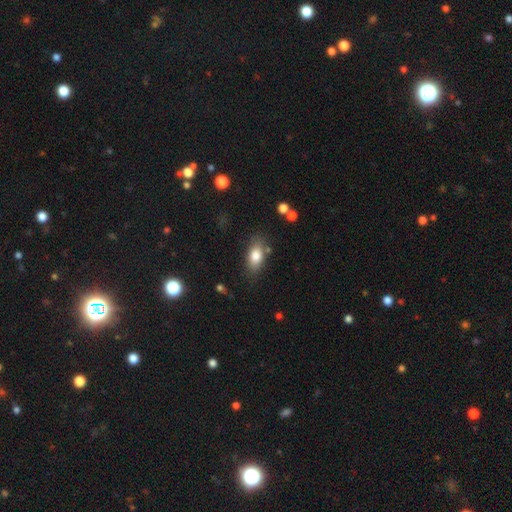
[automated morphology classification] smooth_or_featured: smooth (p=0.80) [alt: featured or disk p=0.13]
how_rounded: in between (p=0.88) [alt: round p=0.06]
merging: none (p=0.76) [alt: minor disturbance p=0.16]